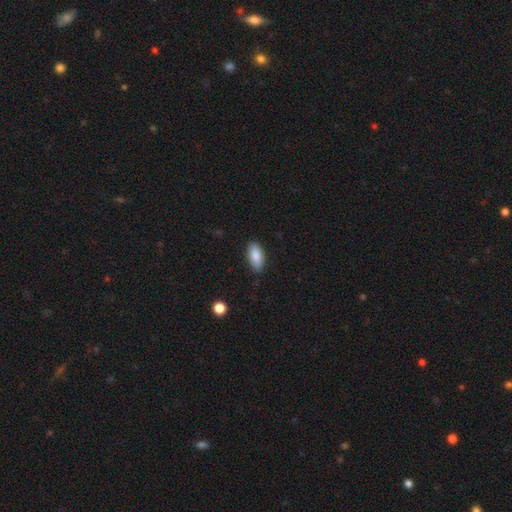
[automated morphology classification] Q: Smooth or featured?
A: smooth (88%); runner-up: star or artifact (6%)
Q: How rounded?
A: in between (90%); runner-up: cigar-shaped (7%)
Q: Merging?
A: none (84%); runner-up: minor disturbance (13%)